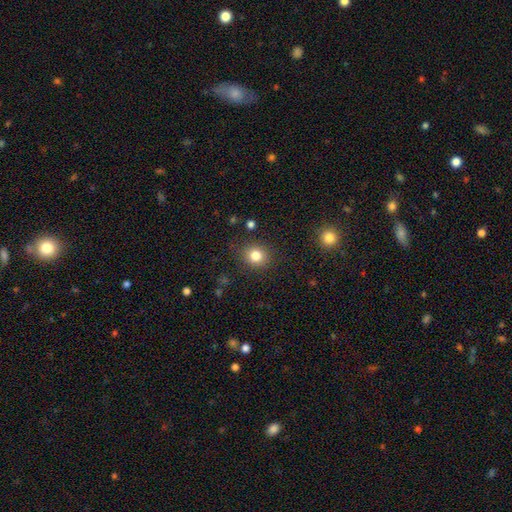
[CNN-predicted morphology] This is clearly a smooth galaxy (82%). How rounded: clearly round (84%). Merging: clearly none (86%).